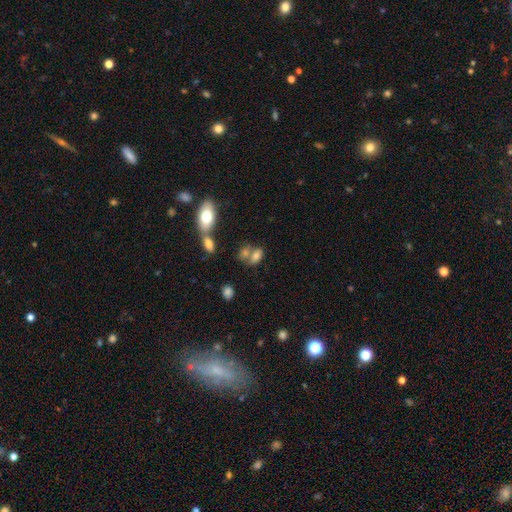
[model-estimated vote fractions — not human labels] smooth-or-featured: smooth: 71% | featured or disk: 16% | star or artifact: 12%
  how-rounded: in between: 82% | round: 13% | cigar-shaped: 5%
  merging: merger: 41% | none: 37% | minor disturbance: 14% | major disturbance: 7%